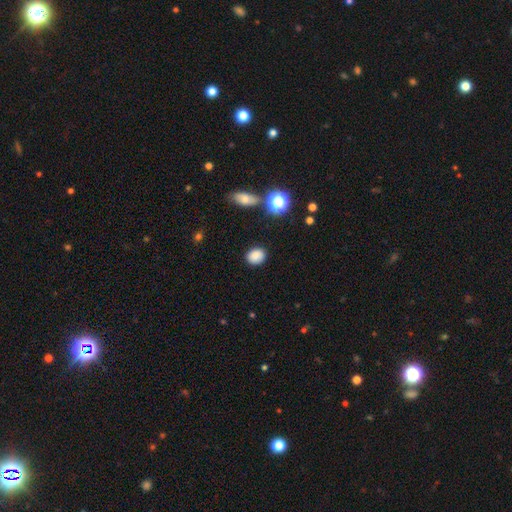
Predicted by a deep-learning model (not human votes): Morphology: type=smooth (83%); roundness=round (54%); merging=none (85%).